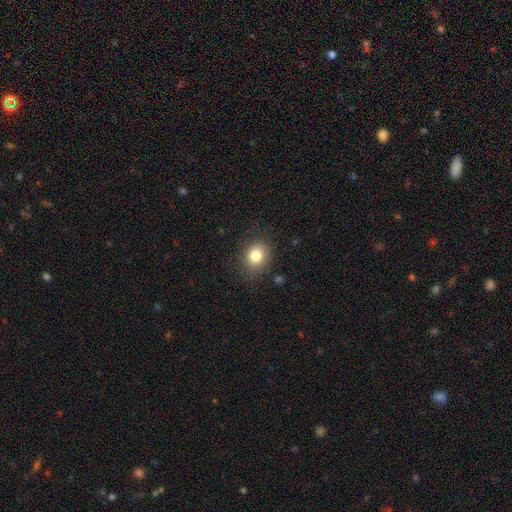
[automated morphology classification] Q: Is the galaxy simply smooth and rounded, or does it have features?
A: smooth — 81%.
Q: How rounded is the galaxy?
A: round — 59%.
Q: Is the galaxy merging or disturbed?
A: none — 80%.